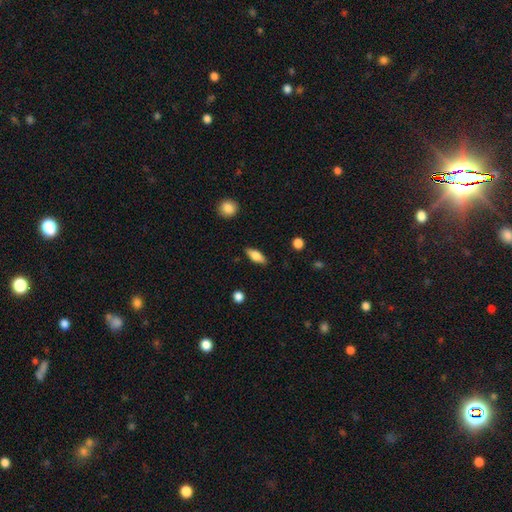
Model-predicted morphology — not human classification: Smooth or featured? smooth (69%)
How rounded? in between (71%)
Merging? none (86%)